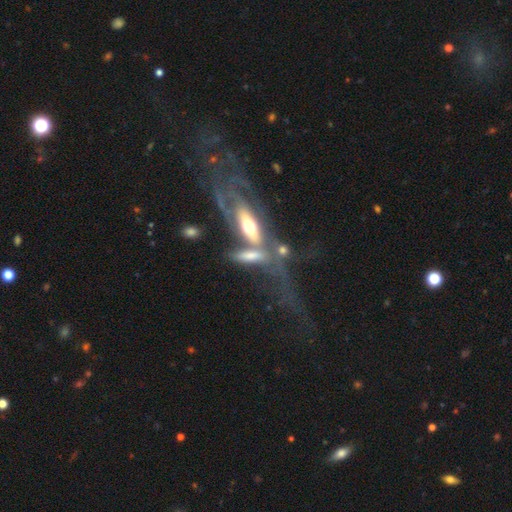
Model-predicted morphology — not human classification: Smooth or featured: featured or disk — 48% (smooth — 44%)
Merging: merger — 48% (none — 23%)